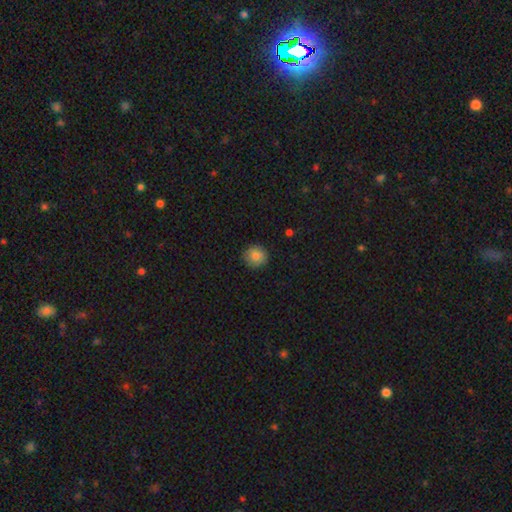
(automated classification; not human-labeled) smooth_or_featured: smooth (p=0.85) [alt: star or artifact p=0.09]
how_rounded: round (p=0.92) [alt: in between p=0.07]
merging: none (p=0.89) [alt: minor disturbance p=0.08]